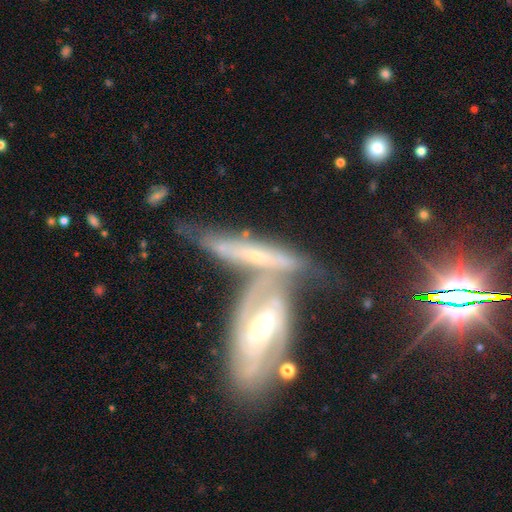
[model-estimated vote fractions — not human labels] featured or disk 74%, smooth 19%, star or artifact 7%. Down the decision tree: edge-on disk — no (56%); merging — merger (44%).